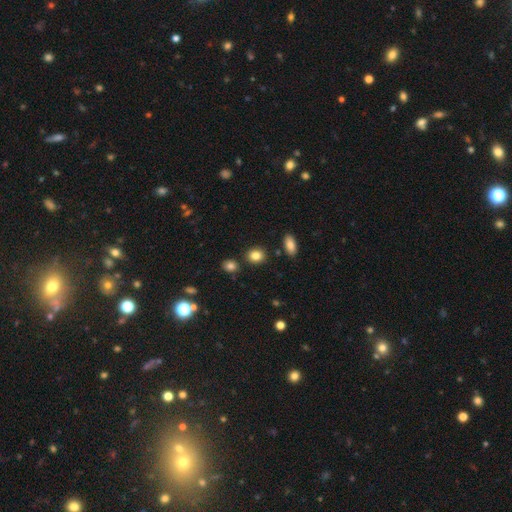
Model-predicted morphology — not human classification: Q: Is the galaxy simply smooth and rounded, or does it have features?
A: smooth — 84%.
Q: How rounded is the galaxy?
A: round — 70%.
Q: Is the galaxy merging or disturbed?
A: none — 86%.